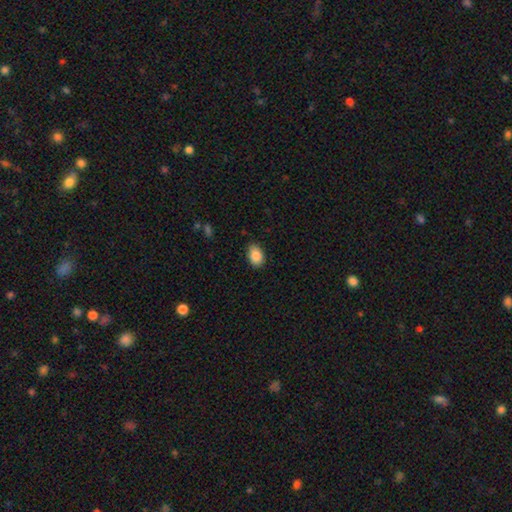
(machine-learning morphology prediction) Smooth or featured? Predicted: smooth (p=0.86). How rounded? Predicted: in between (p=0.85). Merging? Predicted: none (p=0.84).